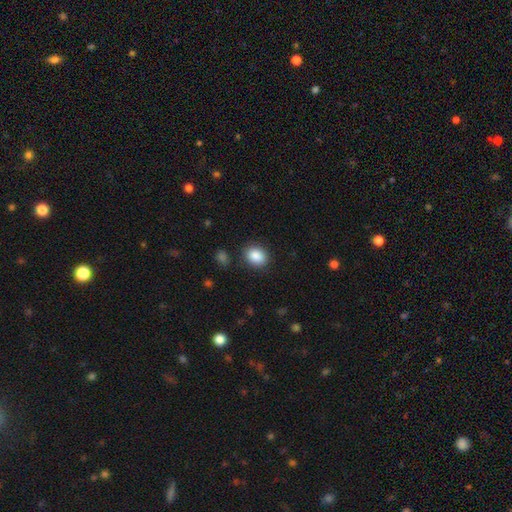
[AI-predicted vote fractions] Overall: smooth (88%). How rounded: in between (53%; round 46%). Merging: none (86%).